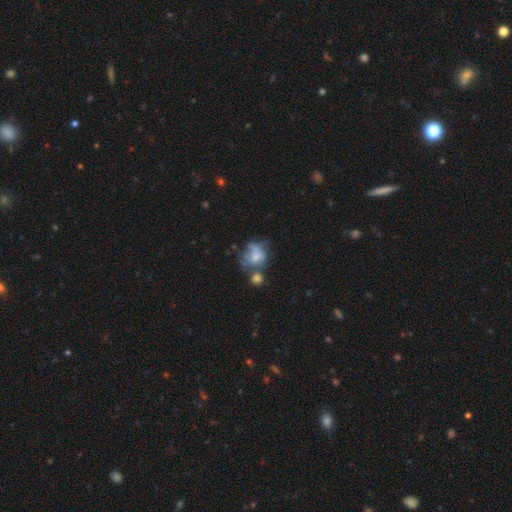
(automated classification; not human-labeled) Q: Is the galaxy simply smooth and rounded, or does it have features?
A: smooth — 50%.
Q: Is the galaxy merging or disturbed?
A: merger — 32%.